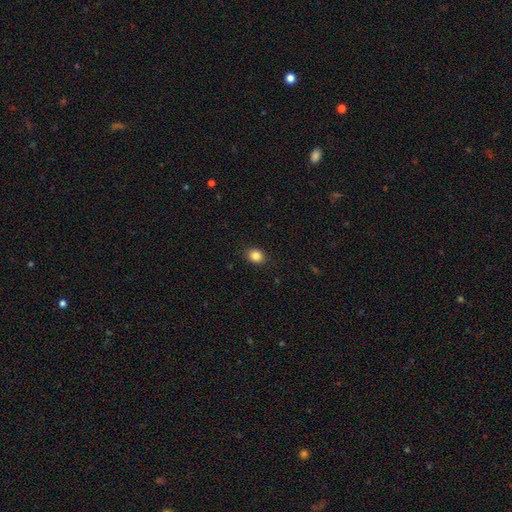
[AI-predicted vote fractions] A smooth galaxy with no disk features (85%) that is round (52%). Merging: none (89%).